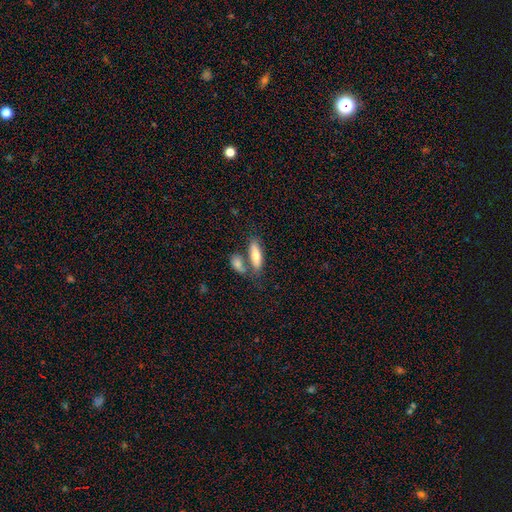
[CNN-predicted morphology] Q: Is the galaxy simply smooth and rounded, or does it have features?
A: smooth — 71%.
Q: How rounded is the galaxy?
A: in between — 56%.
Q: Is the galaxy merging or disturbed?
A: none — 49%.